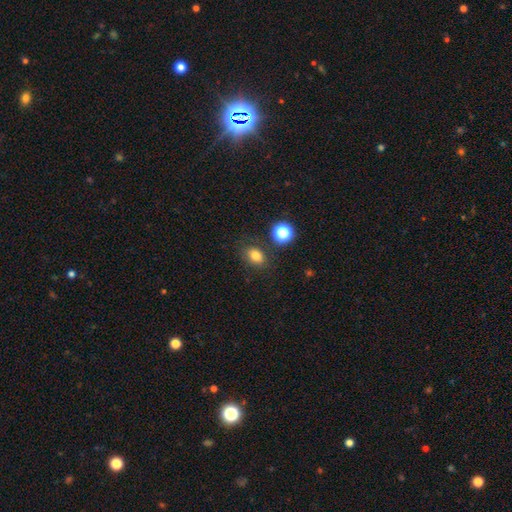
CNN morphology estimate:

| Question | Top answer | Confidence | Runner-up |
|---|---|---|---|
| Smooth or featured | smooth | 79% | star or artifact (14%) |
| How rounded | in between | 66% | round (33%) |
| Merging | none | 79% | minor disturbance (12%) |